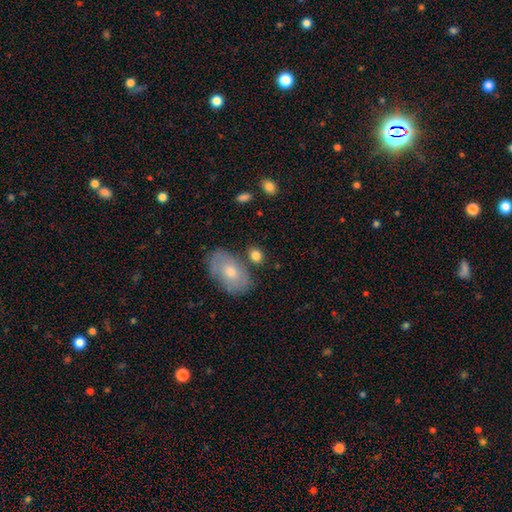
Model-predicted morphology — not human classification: This is clearly a smooth galaxy (82%). How rounded: likely in between (61%). Merging: likely none (67%).